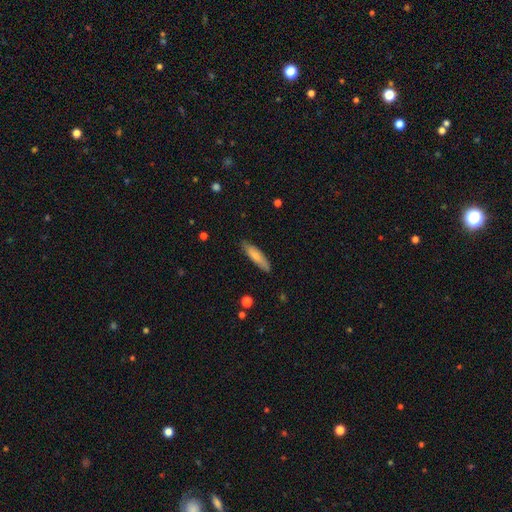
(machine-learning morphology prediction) smooth 78%, featured or disk 17%, star or artifact 6%. Down the decision tree: how rounded — cigar-shaped (73%); merging — none (84%).